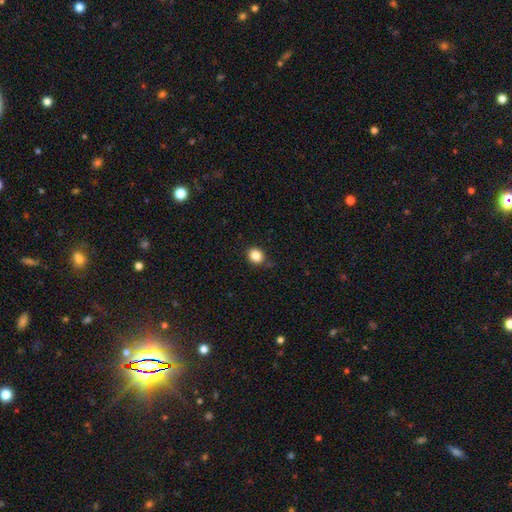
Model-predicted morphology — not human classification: Smooth or featured? Predicted: smooth (p=0.85). How rounded? Predicted: round (p=0.68). Merging? Predicted: none (p=0.84).